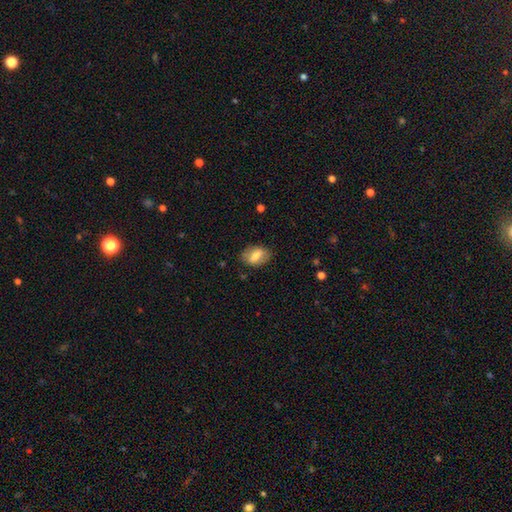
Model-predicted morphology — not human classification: This is likely a smooth galaxy (65%). How rounded: clearly in between (85%). Merging: likely none (78%).